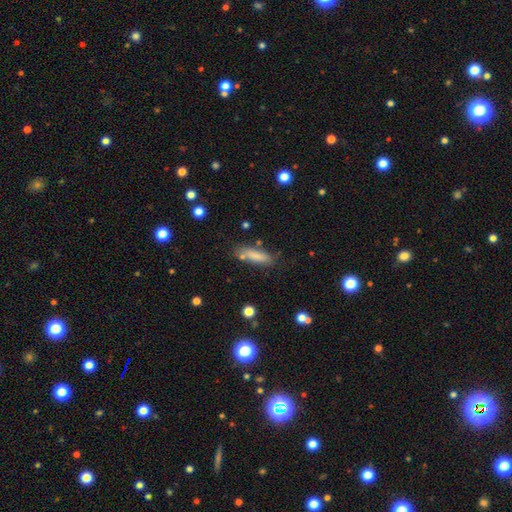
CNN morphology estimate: A smooth galaxy with no disk features (82%) that is cigar-shaped (62%). Merging: none (75%).